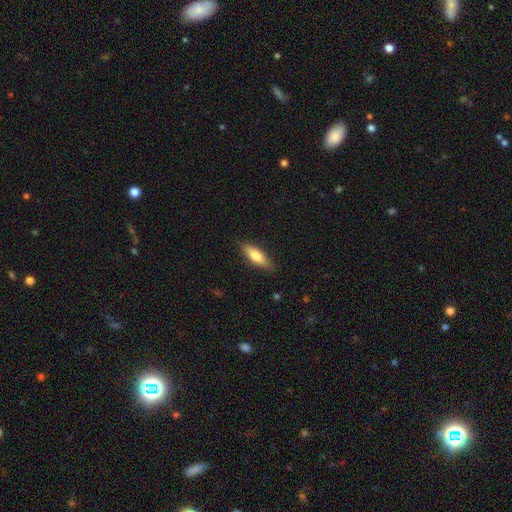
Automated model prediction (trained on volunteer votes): smooth 73%, featured or disk 21%, star or artifact 6%. Down the decision tree: how rounded — in between (52%); merging — none (85%).